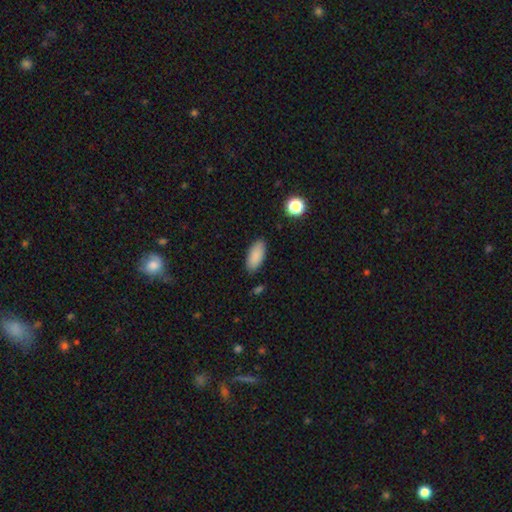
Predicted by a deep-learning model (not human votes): Overall: smooth (89%). How rounded: in between (89%). Merging: none (87%).